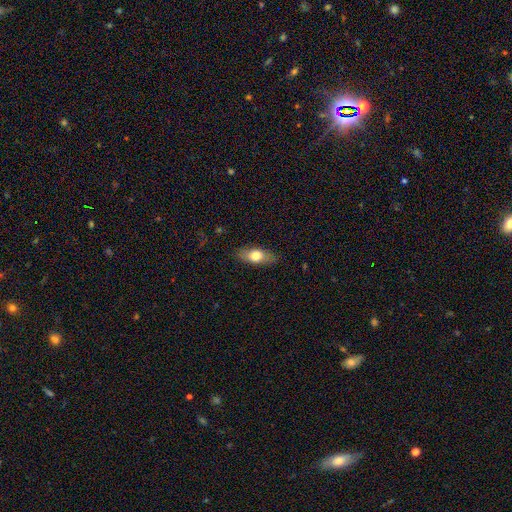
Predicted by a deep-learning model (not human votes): Smooth or featured? smooth (70%)
How rounded? in between (77%)
Merging? none (84%)